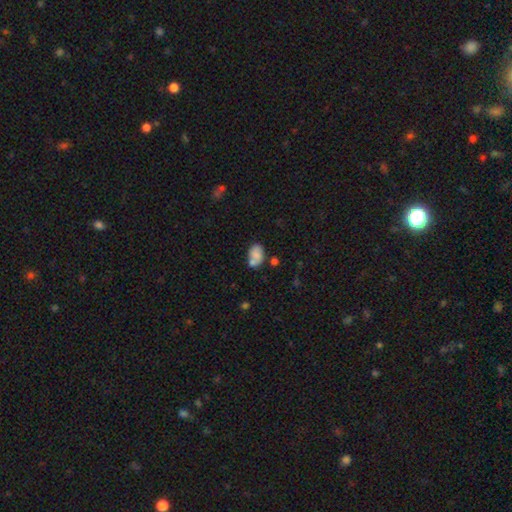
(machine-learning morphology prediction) type=smooth (76%); roundness=in between (84%); merging=none (44%).